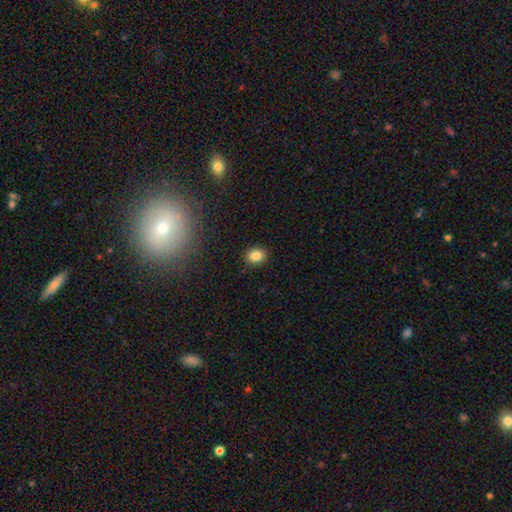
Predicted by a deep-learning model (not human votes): smooth_or_featured: smooth (p=0.84) [alt: star or artifact p=0.10]
how_rounded: in between (p=0.53) [alt: round p=0.46]
merging: none (p=0.86) [alt: minor disturbance p=0.10]